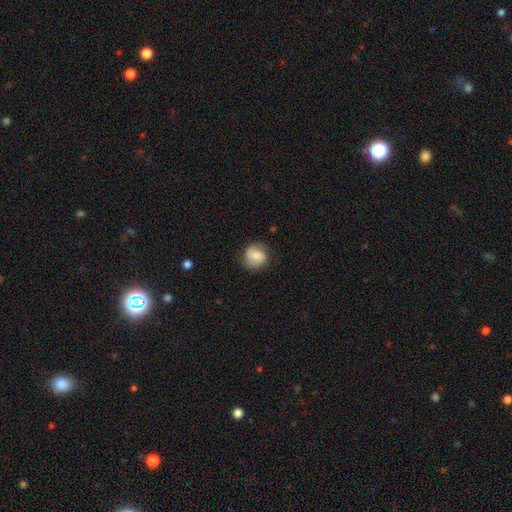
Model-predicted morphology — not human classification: type=smooth (69%); roundness=round (81%); merging=none (73%).